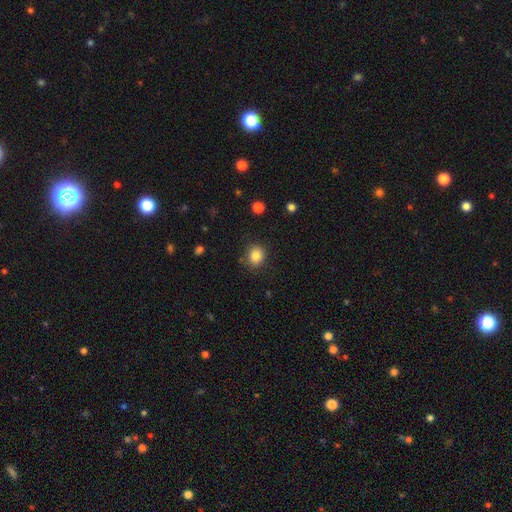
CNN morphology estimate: Smooth or featured? smooth (85%)
How rounded? round (76%)
Merging? none (84%)